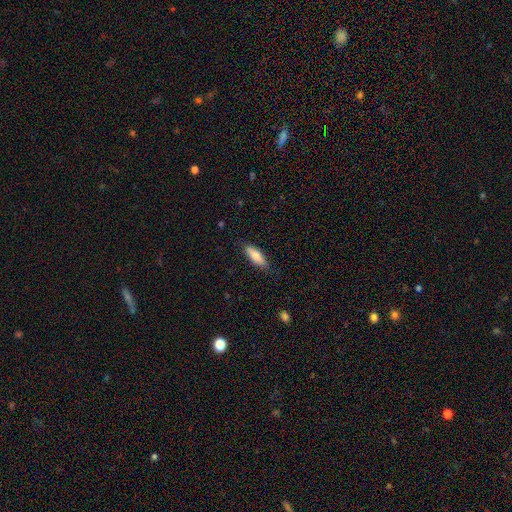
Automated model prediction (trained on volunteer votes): Morphology: type=smooth (80%); roundness=in between (59%); merging=none (84%).